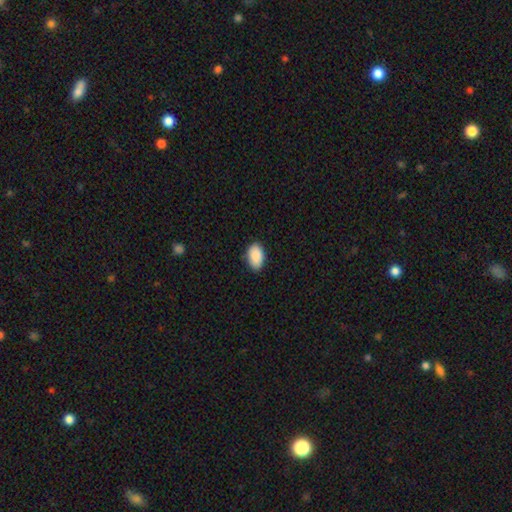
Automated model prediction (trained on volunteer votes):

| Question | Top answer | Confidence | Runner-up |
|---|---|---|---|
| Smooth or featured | smooth | 90% | star or artifact (6%) |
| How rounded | in between | 93% | round (5%) |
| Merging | none | 85% | minor disturbance (12%) |